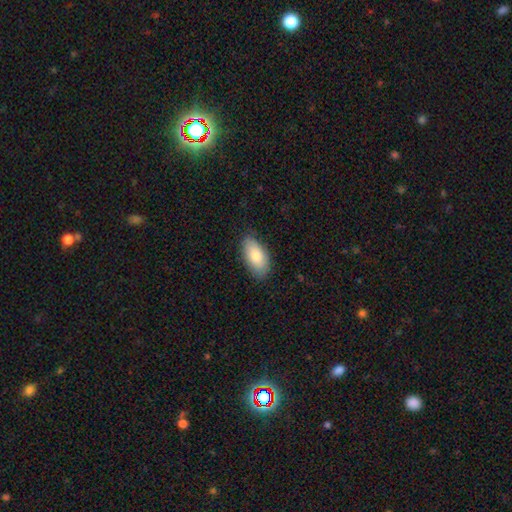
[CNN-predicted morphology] Smooth or featured? smooth (81%)
How rounded? in between (93%)
Merging? none (81%)